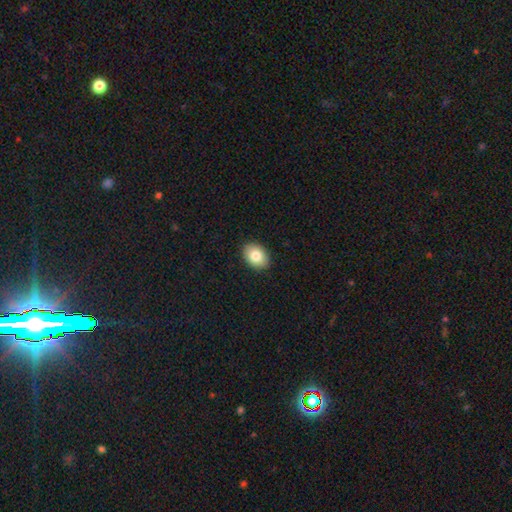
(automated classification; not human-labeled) Overall: smooth (83%). How rounded: in between (77%). Merging: none (90%).